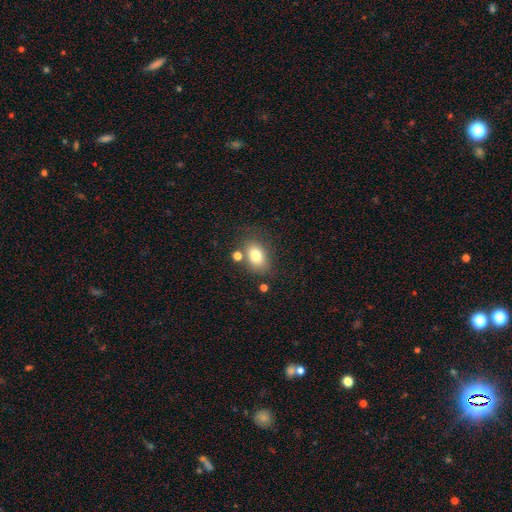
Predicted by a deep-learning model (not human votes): Q: Smooth or featured?
A: smooth (78%); runner-up: featured or disk (12%)
Q: How rounded?
A: in between (76%); runner-up: round (23%)
Q: Merging?
A: none (68%); runner-up: minor disturbance (15%)